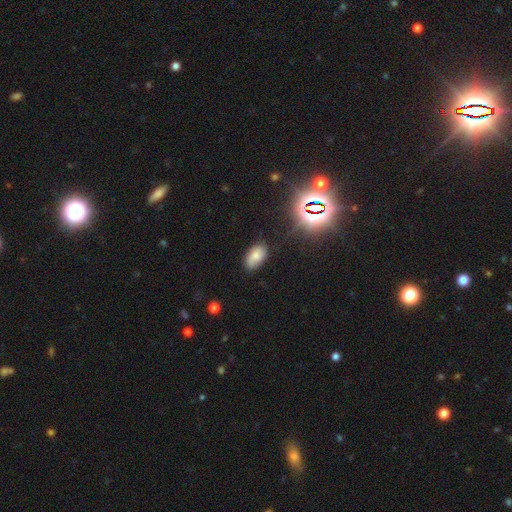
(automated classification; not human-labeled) smooth 66%, featured or disk 19%, star or artifact 15%. Down the decision tree: how rounded — in between (93%); merging — none (71%).